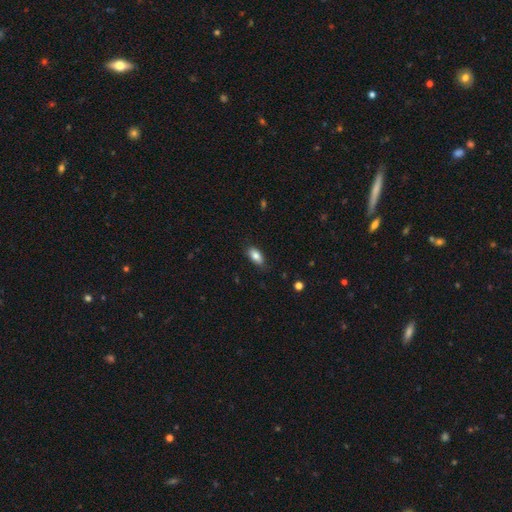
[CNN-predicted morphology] This appears to be a smooth galaxy with no disk features (83%) that is in between round and cigar-shaped (88%). Merging: none (81%).